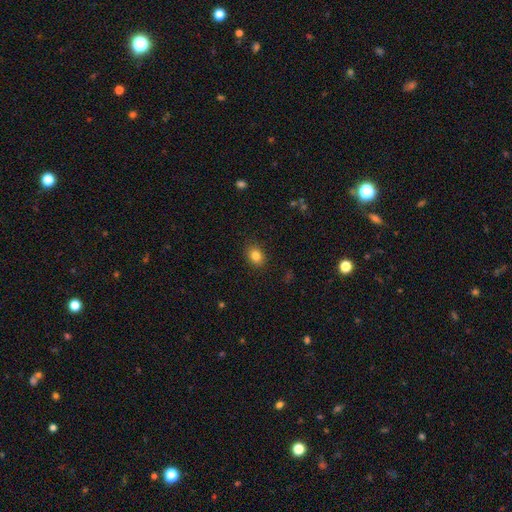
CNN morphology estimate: smooth_or_featured: smooth (p=0.83) [alt: star or artifact p=0.10]
how_rounded: in between (p=0.57) [alt: round p=0.42]
merging: none (p=0.87) [alt: minor disturbance p=0.10]